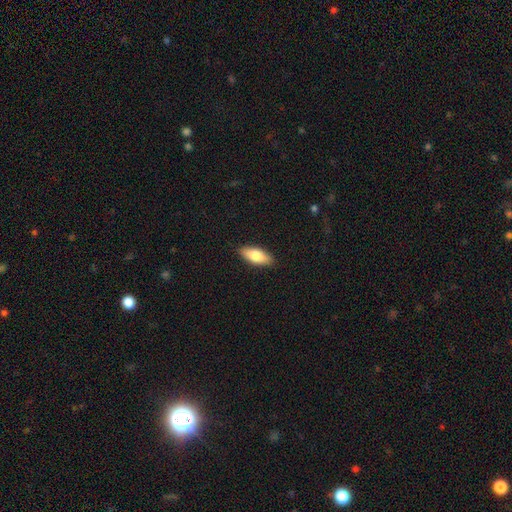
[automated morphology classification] A smooth galaxy with no disk features (76%) that is in between round and cigar-shaped (78%). Merging: none (90%).